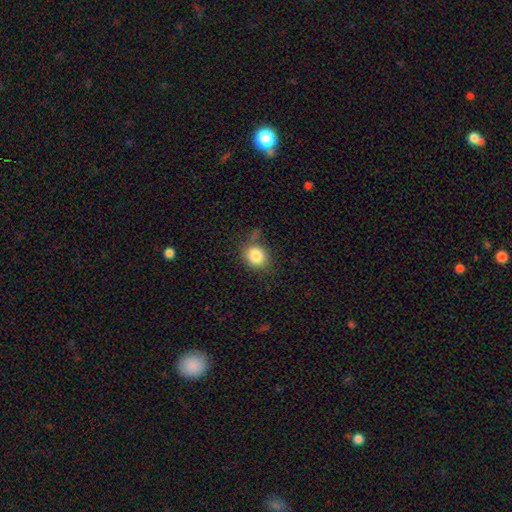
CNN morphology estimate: type=smooth (83%); roundness=round (72%); merging=none (66%).